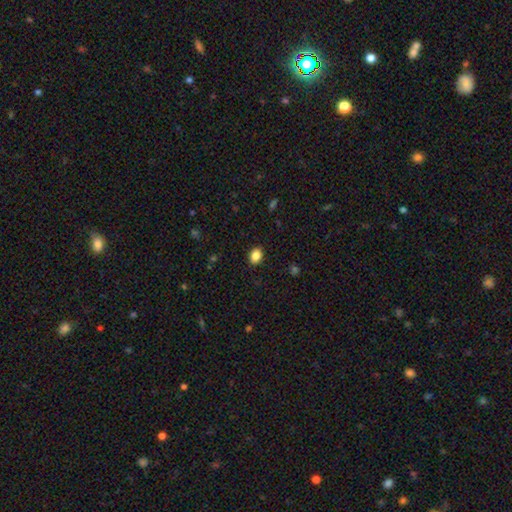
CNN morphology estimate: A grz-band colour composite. It shows a smooth galaxy with no disk features (87%) that is in between round and cigar-shaped (71%). Merging: none (89%).